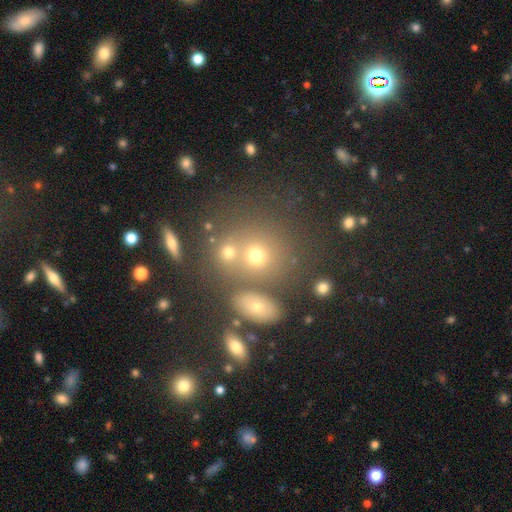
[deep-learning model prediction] Smooth or featured? smooth (64%)
How rounded? round (76%)
Merging? none (61%)